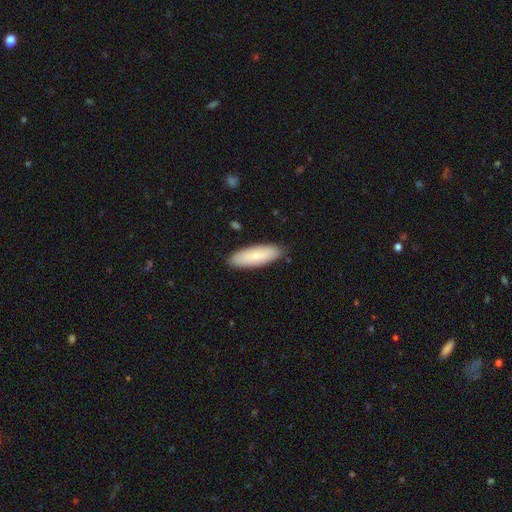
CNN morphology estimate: This appears to be a smooth galaxy with no disk features (79%) that is in between round and cigar-shaped (58%). Merging: none (87%).